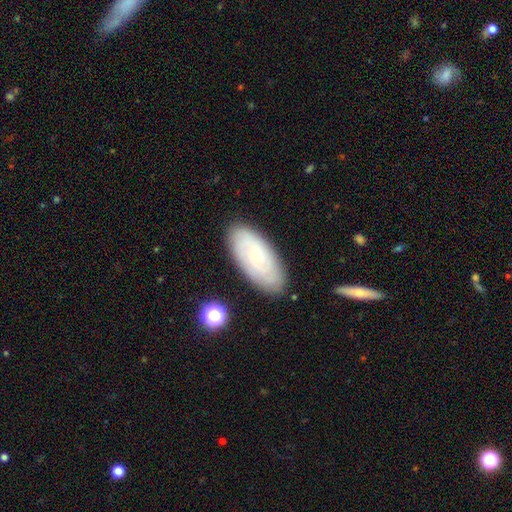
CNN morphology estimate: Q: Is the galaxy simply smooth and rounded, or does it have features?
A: featured or disk — 50%.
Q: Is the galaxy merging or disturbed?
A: none — 83%.